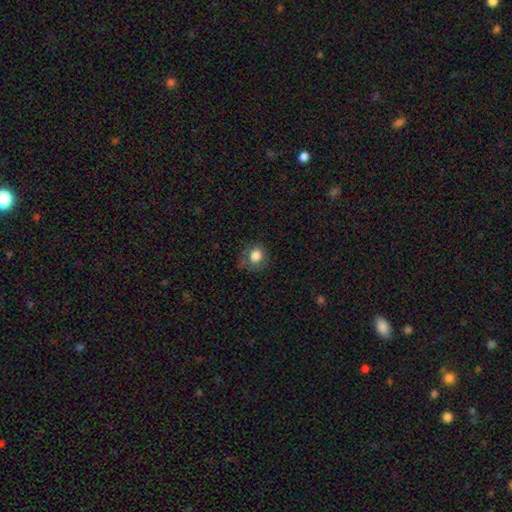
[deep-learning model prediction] Smooth or featured? Predicted: smooth (p=0.80). How rounded? Predicted: round (p=0.68). Merging? Predicted: none (p=0.61).